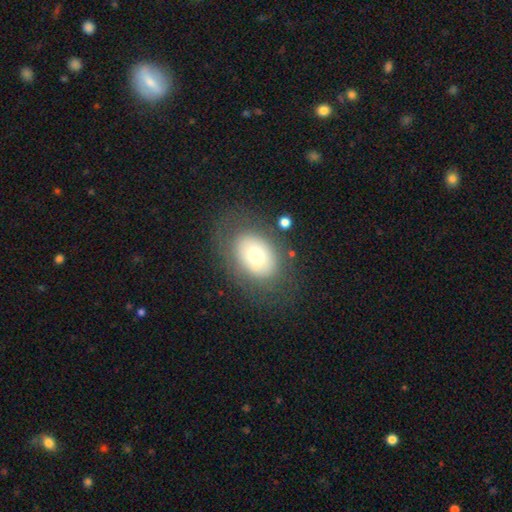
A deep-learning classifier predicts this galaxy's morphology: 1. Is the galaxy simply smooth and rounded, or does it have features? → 61% smooth, 30% featured or disk, 9% star or artifact.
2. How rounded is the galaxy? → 78% in between, 21% round, 1% cigar-shaped.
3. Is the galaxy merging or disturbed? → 74% none, 14% minor disturbance, 9% major disturbance, 2% merger.